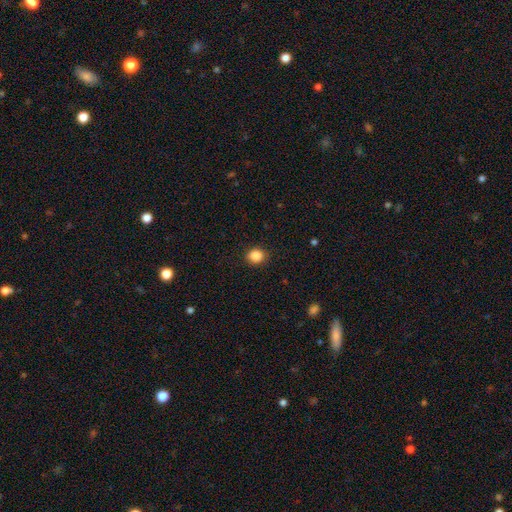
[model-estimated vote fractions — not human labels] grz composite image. It shows a smooth galaxy with no disk features (87%) that is round (79%). Merging: none (89%).